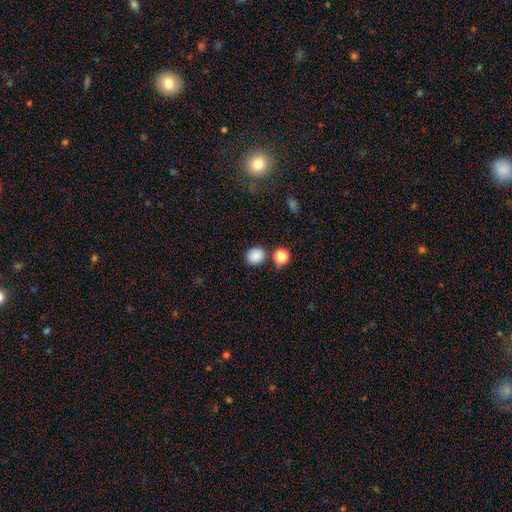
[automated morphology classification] type=smooth (86%); roundness=round (77%); merging=none (80%).